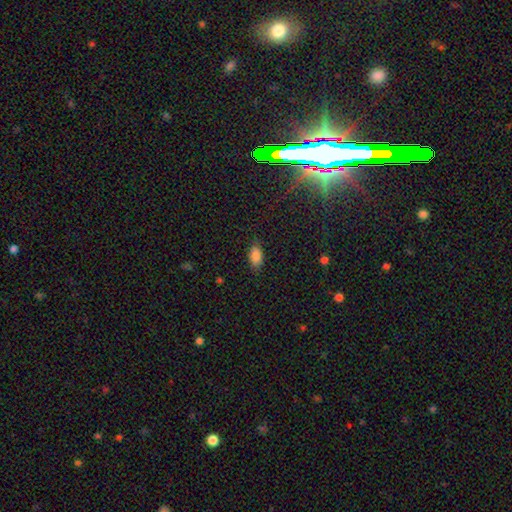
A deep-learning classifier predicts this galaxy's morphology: A smooth galaxy with no disk features (86%) that is in between round and cigar-shaped (91%). Merging: none (83%).